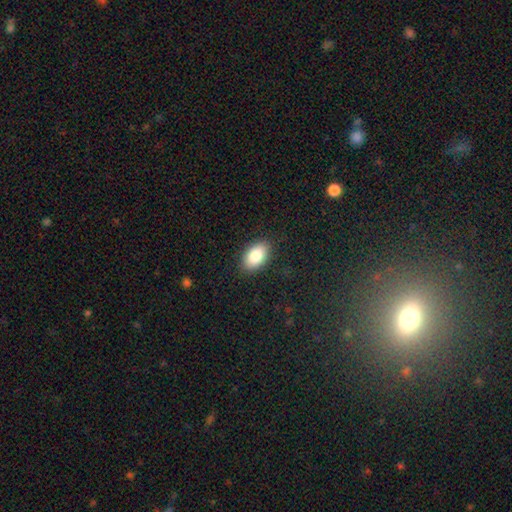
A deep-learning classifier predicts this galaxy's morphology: smooth_or_featured: smooth (p=0.87) [alt: featured or disk p=0.07]
how_rounded: in between (p=0.93) [alt: round p=0.05]
merging: none (p=0.87) [alt: minor disturbance p=0.10]